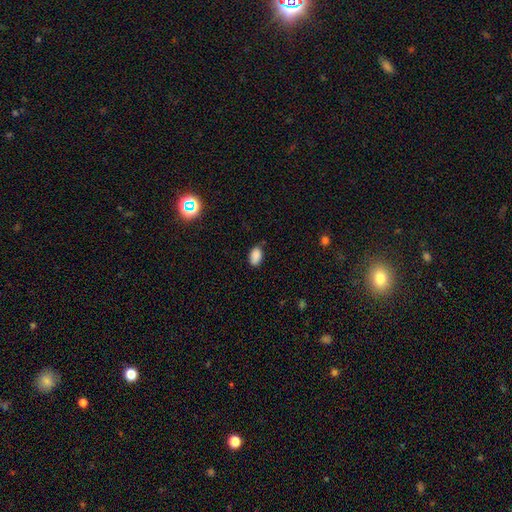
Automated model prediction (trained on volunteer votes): Morphology: type=smooth (87%); roundness=in between (91%); merging=none (78%).